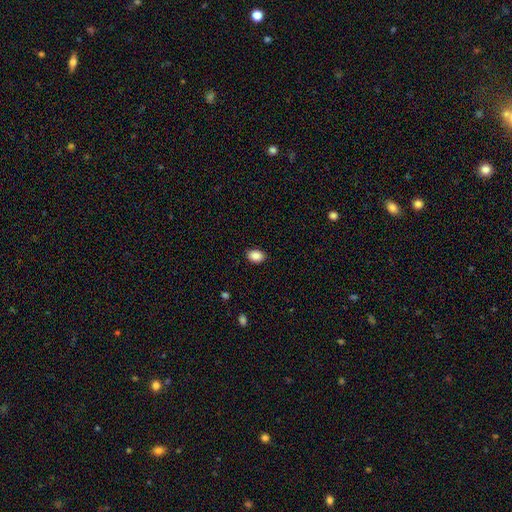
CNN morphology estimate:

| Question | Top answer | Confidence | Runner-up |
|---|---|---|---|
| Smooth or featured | smooth | 89% | star or artifact (8%) |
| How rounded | in between | 79% | round (20%) |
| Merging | none | 89% | minor disturbance (8%) |